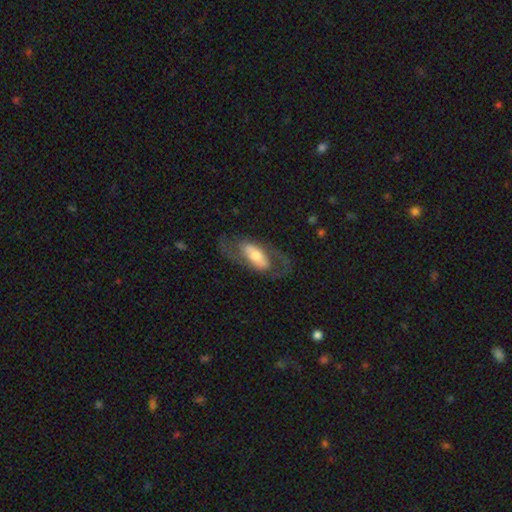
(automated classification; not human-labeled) Smooth or featured?
  - featured or disk: 71% *
  - smooth: 24%
  - star or artifact: 6%
Edge-on disk?
  - no: 90% *
  - yes: 10%
Bar?
  - no: 35% *
  - strong: 33%
  - weak: 32%
Spiral arms?
  - yes: 80% *
  - no: 20%
Spiral winding?
  - medium: 50% *
  - loose: 32%
  - tight: 18%
Spiral arm count?
  - 2: 88% *
  - can't tell: 6%
  - 1: 3%
  - 3: 1%
  - 4: 1%
  - more than 4: 1%
Bulge size?
  - moderate: 52% *
  - small: 23%
  - large: 20%
  - dominant: 3%
  - none: 2%
Merging?
  - none: 69% *
  - major disturbance: 15%
  - minor disturbance: 14%
  - merger: 2%